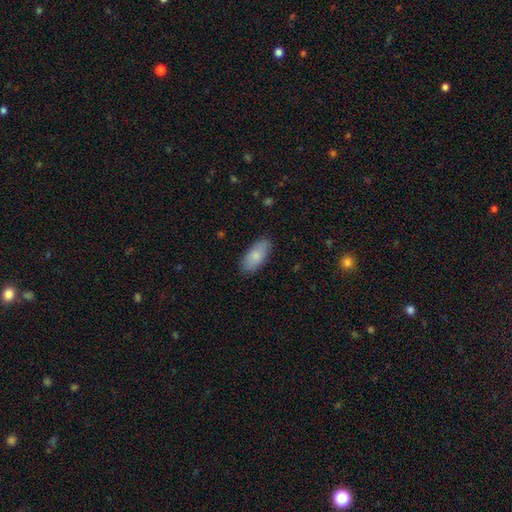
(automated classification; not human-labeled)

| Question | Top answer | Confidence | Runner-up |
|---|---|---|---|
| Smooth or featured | smooth | 83% | featured or disk (10%) |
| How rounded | in between | 89% | cigar-shaped (9%) |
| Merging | none | 86% | minor disturbance (11%) |